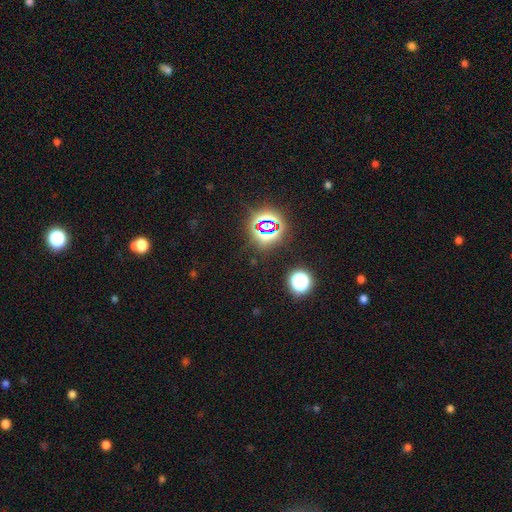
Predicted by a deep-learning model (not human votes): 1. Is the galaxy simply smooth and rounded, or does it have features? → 77% star or artifact, 16% smooth, 7% featured or disk.